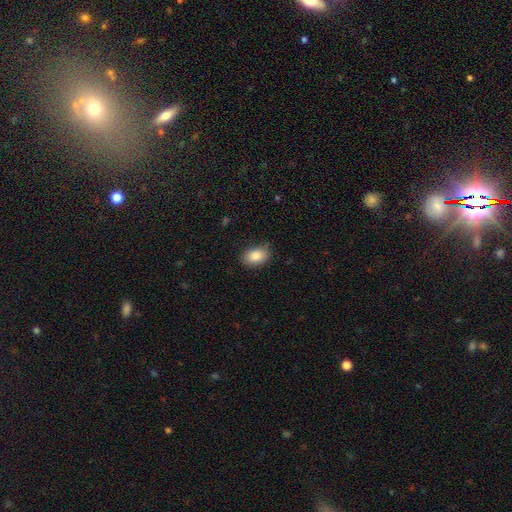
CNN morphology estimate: smooth 86%, star or artifact 8%, featured or disk 7%. Down the decision tree: how rounded — in between (85%); merging — none (80%).